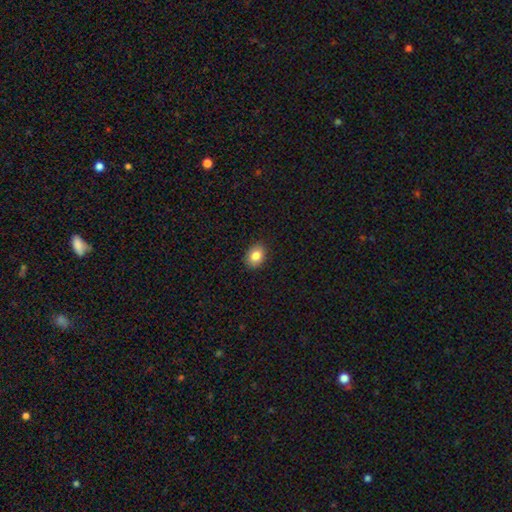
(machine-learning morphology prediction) This appears to be a smooth galaxy with no disk features (84%) that is in between round and cigar-shaped (64%). Merging: none (89%).